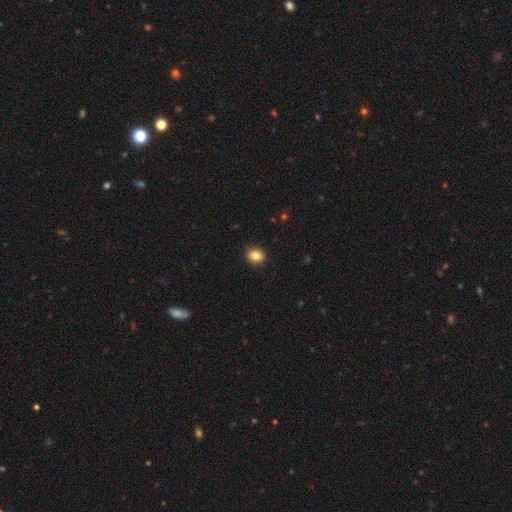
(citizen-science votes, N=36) Q: Smooth or featured?
A: smooth (86%); runner-up: star or artifact (11%)
Q: How rounded?
A: round (58%); runner-up: in between (39%)
Q: Merging?
A: none (97%); runner-up: minor disturbance (3%)